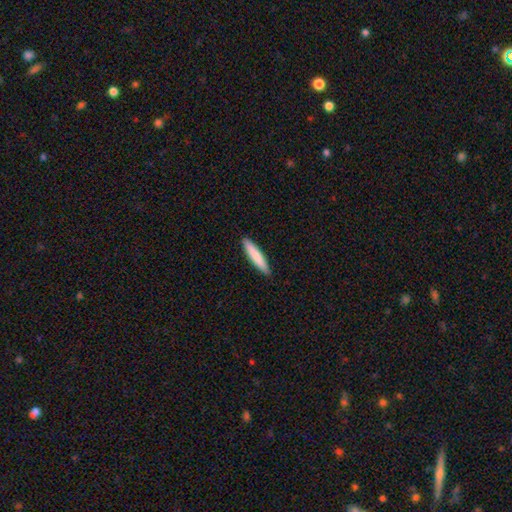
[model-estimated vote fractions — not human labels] Smooth or featured? smooth (81%)
How rounded? cigar-shaped (90%)
Merging? none (90%)